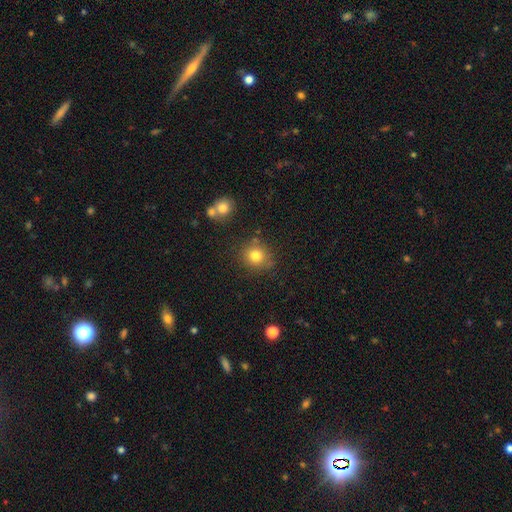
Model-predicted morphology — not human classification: A smooth galaxy with no disk features (80%) that is round (86%). Merging: none (79%).